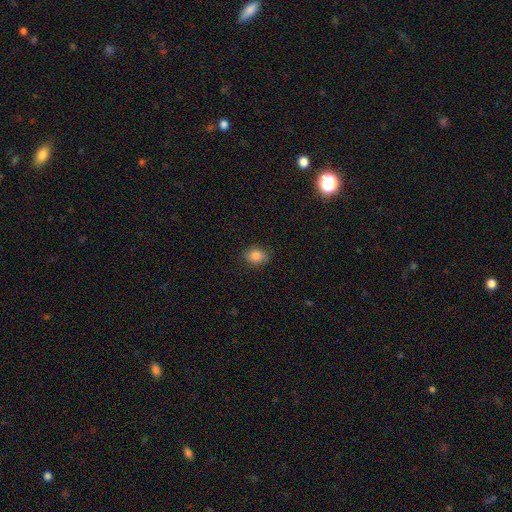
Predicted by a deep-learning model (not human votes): smooth 86%, star or artifact 10%, featured or disk 5%. Down the decision tree: how rounded — in between (58%); merging — none (83%).